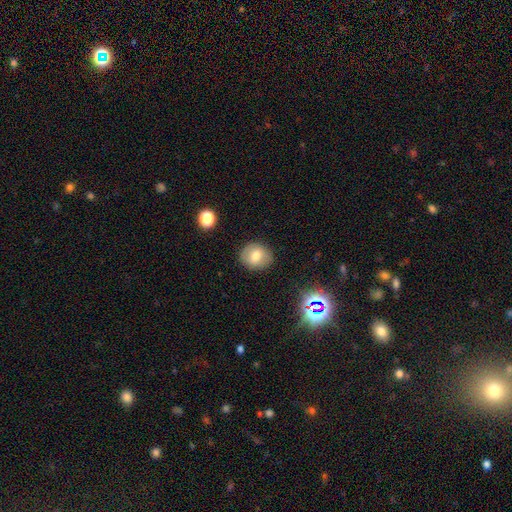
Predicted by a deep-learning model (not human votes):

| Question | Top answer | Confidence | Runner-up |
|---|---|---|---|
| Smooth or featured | smooth | 72% | featured or disk (17%) |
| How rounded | round | 73% | in between (26%) |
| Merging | none | 87% | minor disturbance (9%) |